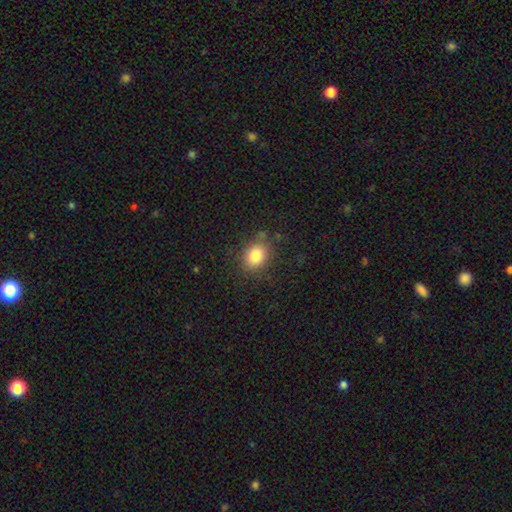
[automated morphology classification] This appears to be a smooth galaxy with no disk features (82%) that is in between round and cigar-shaped (53%). Merging: none (80%).